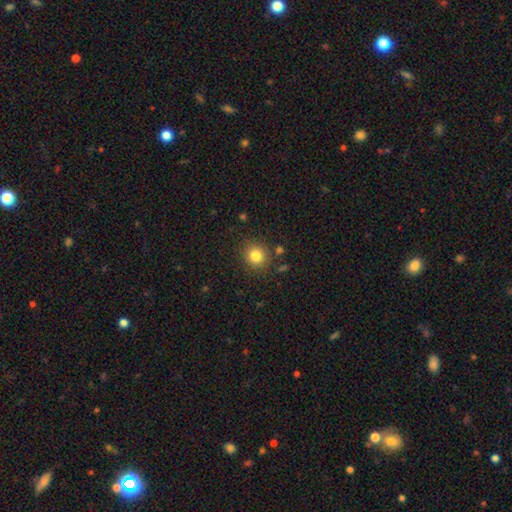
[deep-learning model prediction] smooth_or_featured: smooth (p=0.82) [alt: star or artifact p=0.12]
how_rounded: round (p=0.89) [alt: in between p=0.10]
merging: none (p=0.87) [alt: minor disturbance p=0.08]